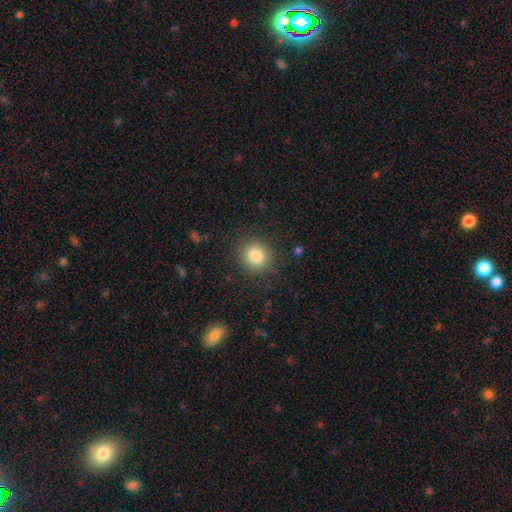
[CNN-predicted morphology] This is clearly a smooth galaxy (83%). How rounded: clearly round (87%). Merging: clearly none (88%).